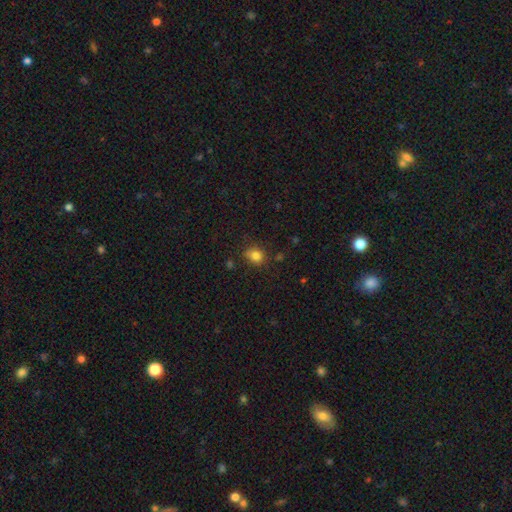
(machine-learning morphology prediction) smooth 82%, star or artifact 12%, featured or disk 6%. Down the decision tree: how rounded — round (72%); merging — none (75%).